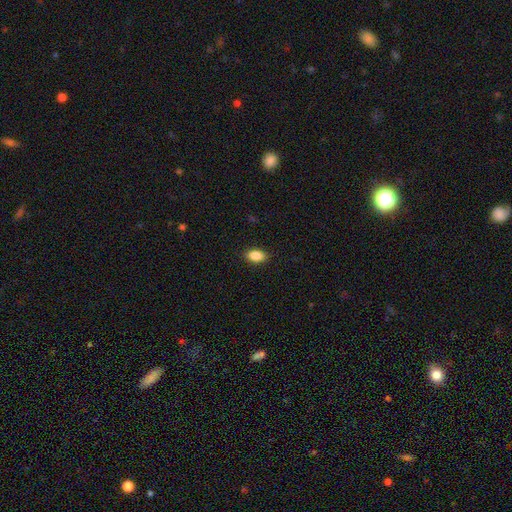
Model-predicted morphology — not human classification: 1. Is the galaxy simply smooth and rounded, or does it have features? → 88% smooth, 8% star or artifact, 5% featured or disk.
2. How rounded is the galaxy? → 90% in between, 7% round, 3% cigar-shaped.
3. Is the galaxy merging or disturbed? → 88% none, 9% minor disturbance, 2% major disturbance, 1% merger.